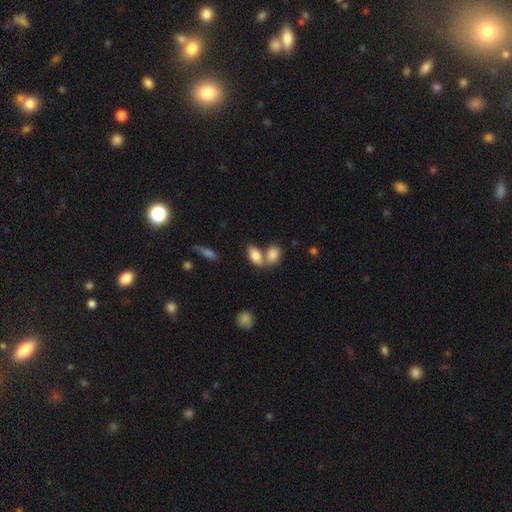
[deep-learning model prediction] A smooth galaxy with no disk features (82%) that is in between round and cigar-shaped (89%). Merging: merger (49%).